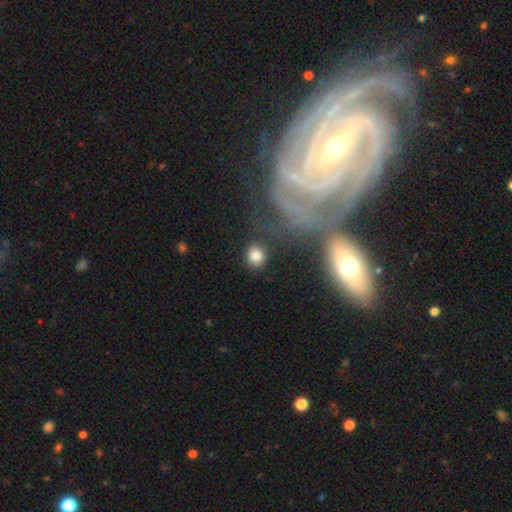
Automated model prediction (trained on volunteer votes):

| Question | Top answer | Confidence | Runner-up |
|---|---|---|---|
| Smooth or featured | smooth | 82% | star or artifact (10%) |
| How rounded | round | 77% | in between (22%) |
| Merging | none | 81% | minor disturbance (10%) |